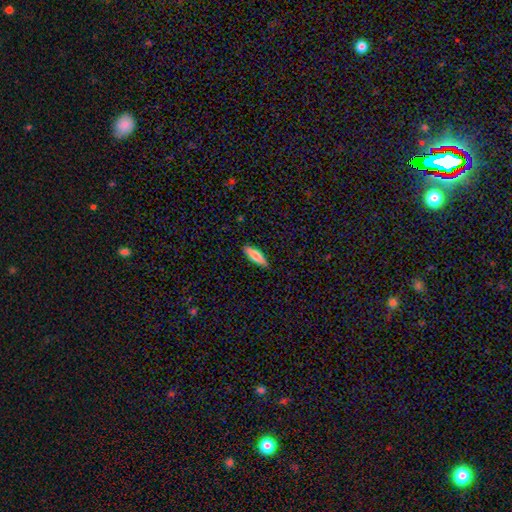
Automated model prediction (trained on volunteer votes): The model was most divided on "how rounded": cigar-shaped: 53%, in between: 45%, round: 2%. More confident: merging — none (88%); smooth or featured — smooth (77%).